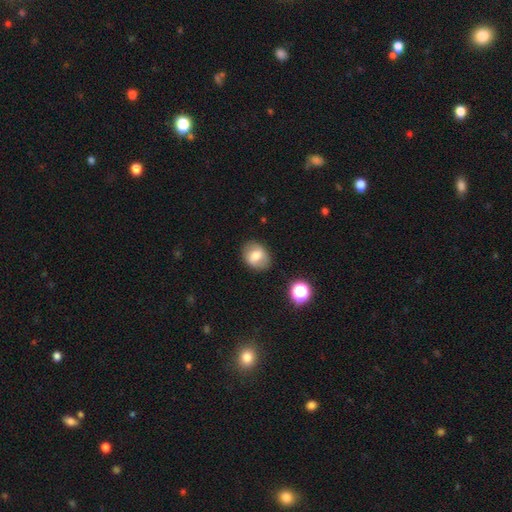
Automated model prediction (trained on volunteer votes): smooth-or-featured: smooth: 69% | featured or disk: 21% | star or artifact: 10%
  how-rounded: in between: 55% | round: 44% | cigar-shaped: 1%
  merging: none: 82% | minor disturbance: 13% | major disturbance: 4% | merger: 2%